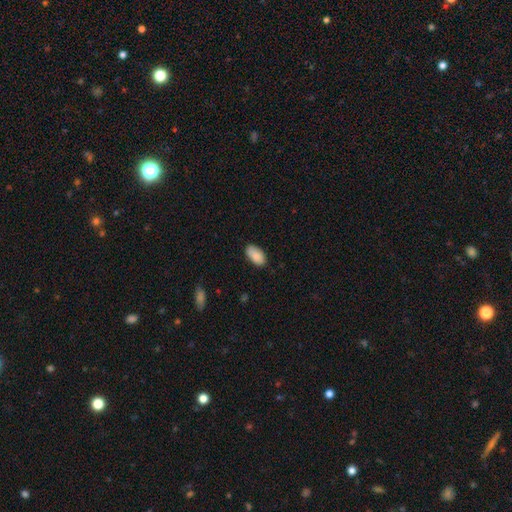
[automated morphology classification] Smooth or featured?
  - smooth: 89% *
  - star or artifact: 7%
  - featured or disk: 4%
How rounded?
  - in between: 95% *
  - round: 3%
  - cigar-shaped: 2%
Merging?
  - none: 82% *
  - minor disturbance: 15%
  - major disturbance: 2%
  - merger: 1%